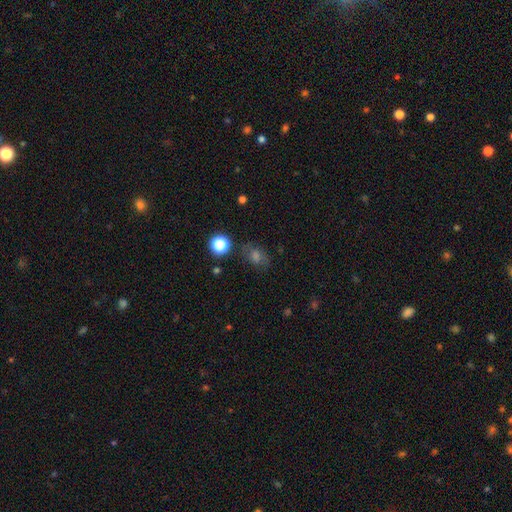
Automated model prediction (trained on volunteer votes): smooth 52%, star or artifact 29%, featured or disk 18%. Down the decision tree: how rounded — in between (57%); merging — none (75%).